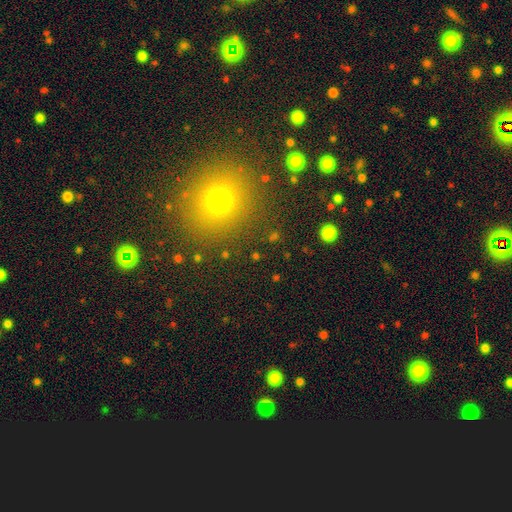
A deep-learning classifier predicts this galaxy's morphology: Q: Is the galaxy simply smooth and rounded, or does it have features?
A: smooth — 53%.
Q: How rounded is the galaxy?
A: round — 84%.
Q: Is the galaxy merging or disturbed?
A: none — 88%.